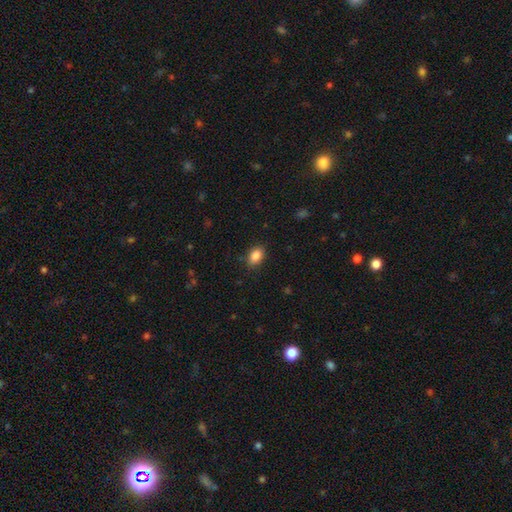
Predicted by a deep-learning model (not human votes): Q: Smooth or featured?
A: smooth (87%); runner-up: star or artifact (9%)
Q: How rounded?
A: in between (85%); runner-up: round (13%)
Q: Merging?
A: none (85%); runner-up: minor disturbance (11%)